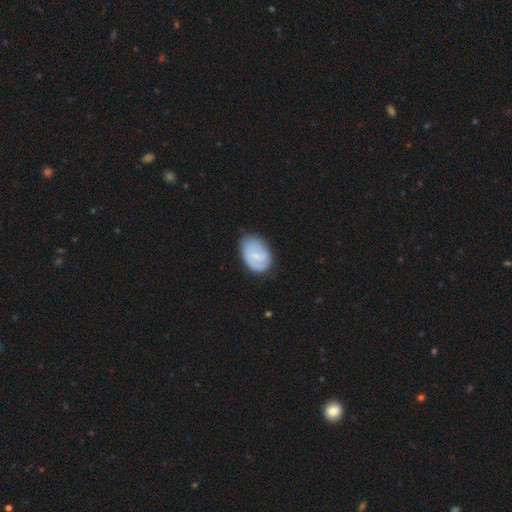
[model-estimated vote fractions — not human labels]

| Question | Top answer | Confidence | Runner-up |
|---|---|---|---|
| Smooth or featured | featured or disk | 48% | smooth (46%) |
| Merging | none | 64% | minor disturbance (27%) |